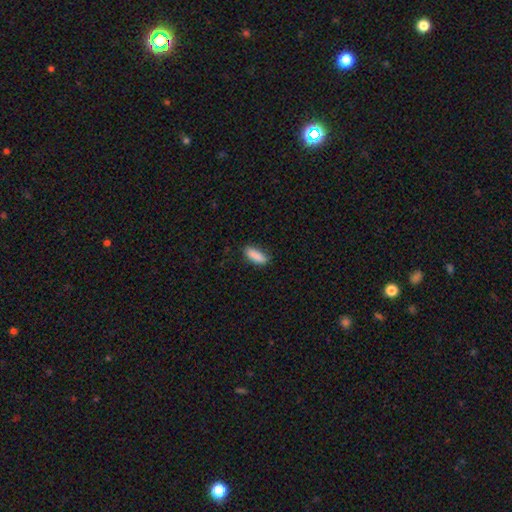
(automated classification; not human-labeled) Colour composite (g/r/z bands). It shows a smooth galaxy with no disk features (89%) that is in between round and cigar-shaped (66%). Merging: none (83%).